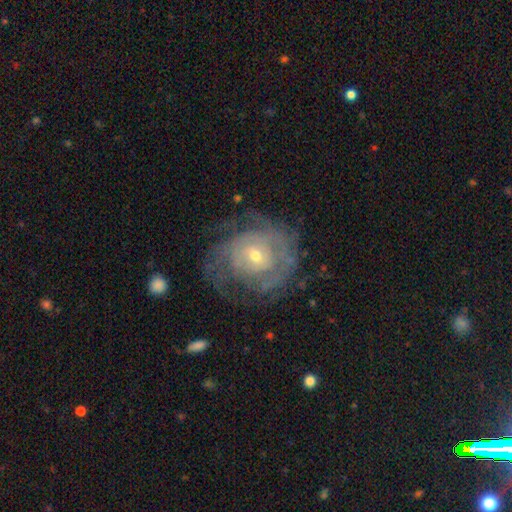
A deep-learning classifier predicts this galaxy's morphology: This appears to be a featured or disk galaxy (77%) with no bar (73%), tight (65%) spiral arms (81%) and a small central bulge (61%). Merging: none (61%).